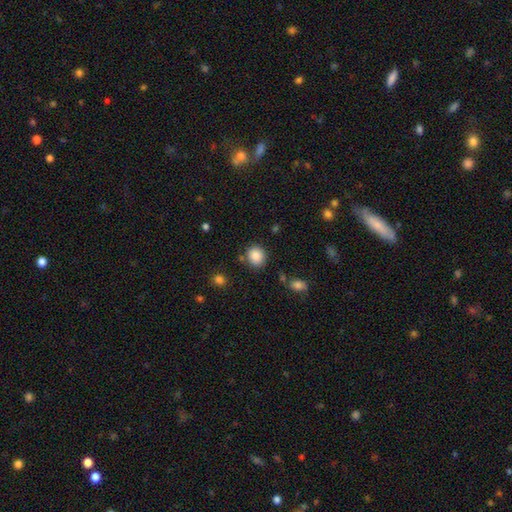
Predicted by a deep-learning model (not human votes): Overall: smooth (86%). How rounded: round (81%). Merging: none (83%).